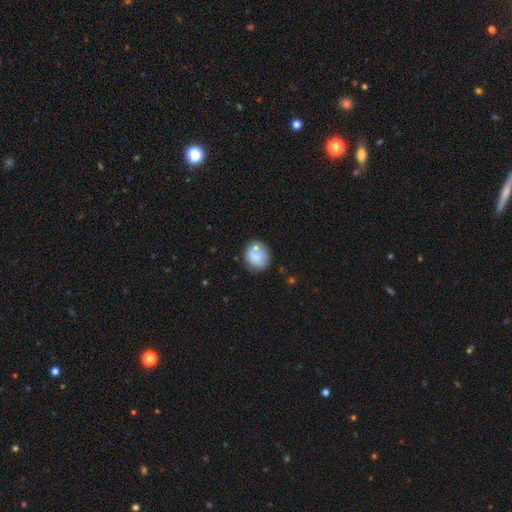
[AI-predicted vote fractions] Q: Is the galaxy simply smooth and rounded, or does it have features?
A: smooth — 65%.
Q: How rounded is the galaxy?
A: round — 68%.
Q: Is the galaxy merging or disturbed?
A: none — 58%.